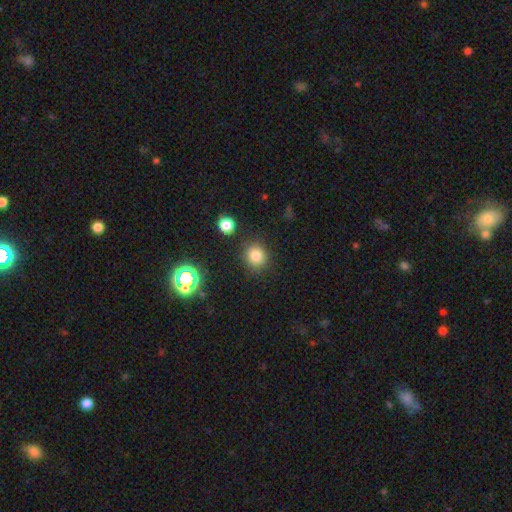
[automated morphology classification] Q: Smooth or featured?
A: smooth (80%); runner-up: star or artifact (14%)
Q: How rounded?
A: round (83%); runner-up: in between (16%)
Q: Merging?
A: none (85%); runner-up: minor disturbance (8%)